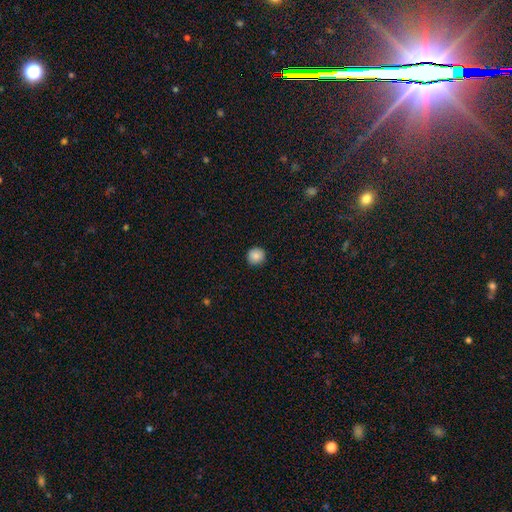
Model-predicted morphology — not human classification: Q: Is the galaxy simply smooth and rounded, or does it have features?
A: smooth — 86%.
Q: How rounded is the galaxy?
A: round — 94%.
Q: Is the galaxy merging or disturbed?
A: none — 92%.